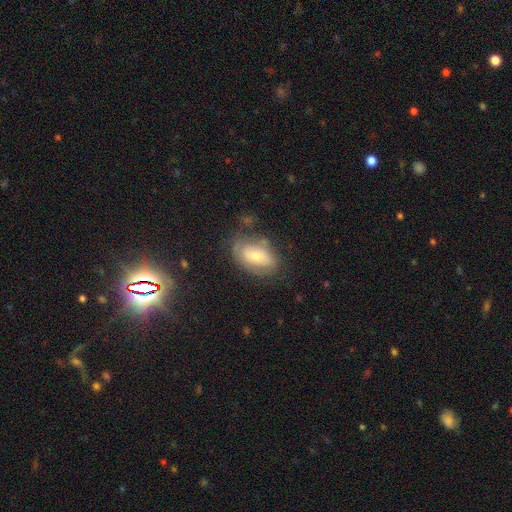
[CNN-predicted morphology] The model was most divided on "smooth or featured": smooth: 51%, featured or disk: 42%, star or artifact: 8%. More confident: how rounded — in between (87%); merging — none (61%).